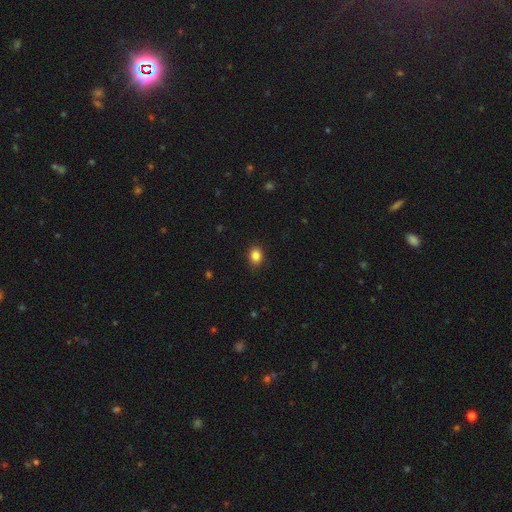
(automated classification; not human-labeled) Q: Smooth or featured?
A: smooth (86%); runner-up: star or artifact (10%)
Q: How rounded?
A: in between (51%); runner-up: round (48%)
Q: Merging?
A: none (87%); runner-up: minor disturbance (10%)